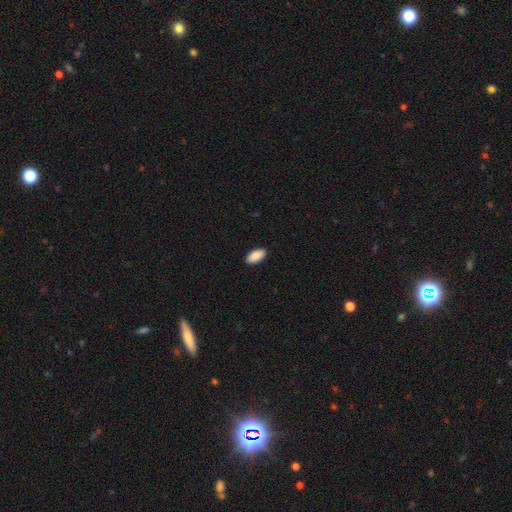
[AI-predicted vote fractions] This appears to be a smooth galaxy with no disk features (91%) that is in between round and cigar-shaped (95%). Merging: none (90%).